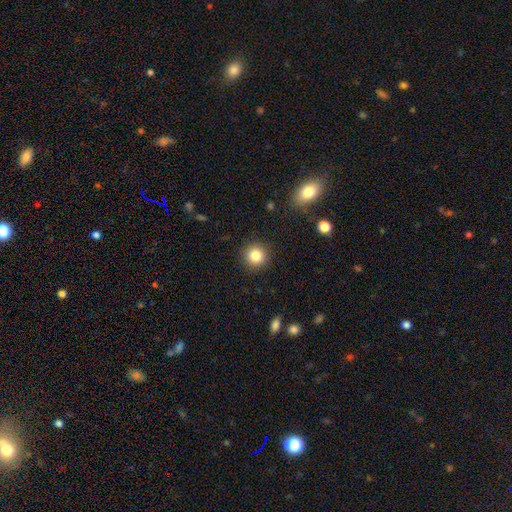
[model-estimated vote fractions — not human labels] Smooth or featured: smooth — 84% (star or artifact — 11%)
How rounded: round — 93% (in between — 6%)
Merging: none — 90% (minor disturbance — 6%)